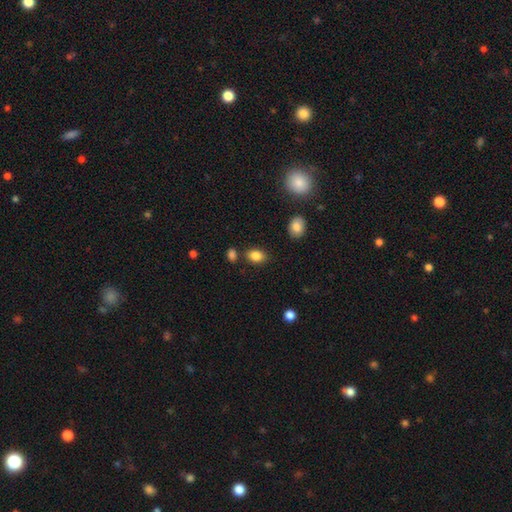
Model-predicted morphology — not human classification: Smooth or featured? smooth (85%)
How rounded? in between (78%)
Merging? none (79%)